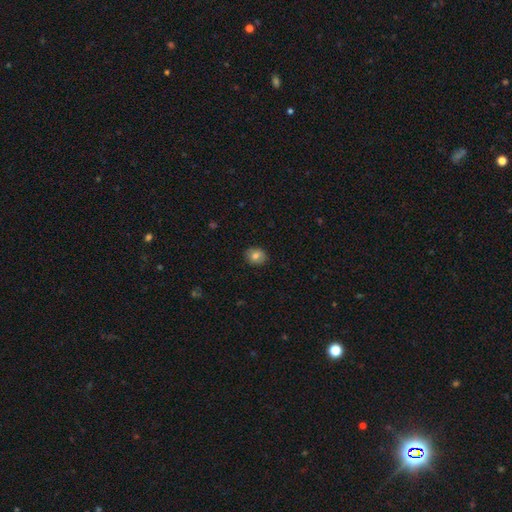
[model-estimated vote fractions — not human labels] This appears to be a smooth galaxy with no disk features (77%) that is round (62%). Merging: none (86%).